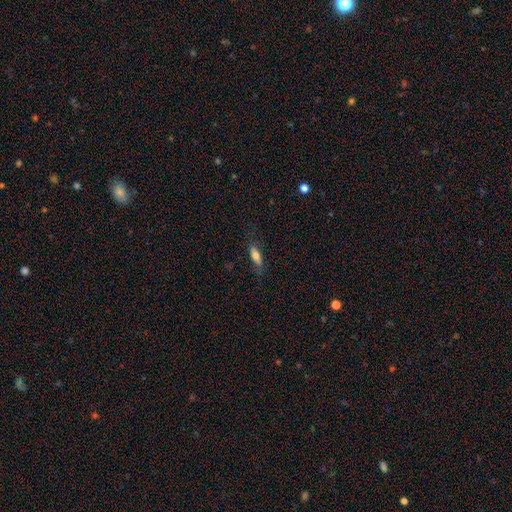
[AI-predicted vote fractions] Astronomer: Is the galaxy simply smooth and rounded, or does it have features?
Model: smooth — 71%.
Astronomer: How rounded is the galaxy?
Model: in between — 65%.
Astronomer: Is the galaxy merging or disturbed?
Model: none — 75%.